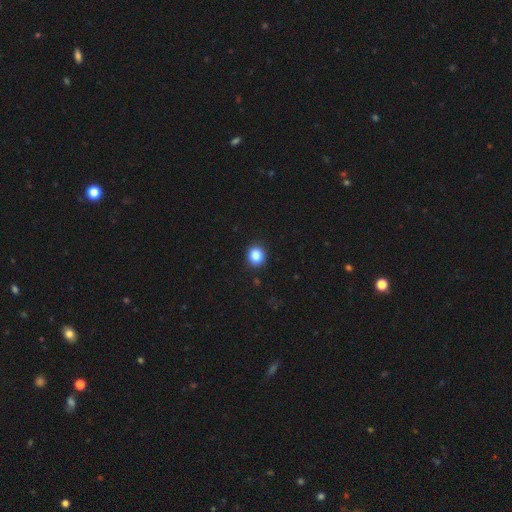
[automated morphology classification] This is clearly a smooth galaxy (86%). How rounded: likely round (80%). Merging: clearly none (91%).